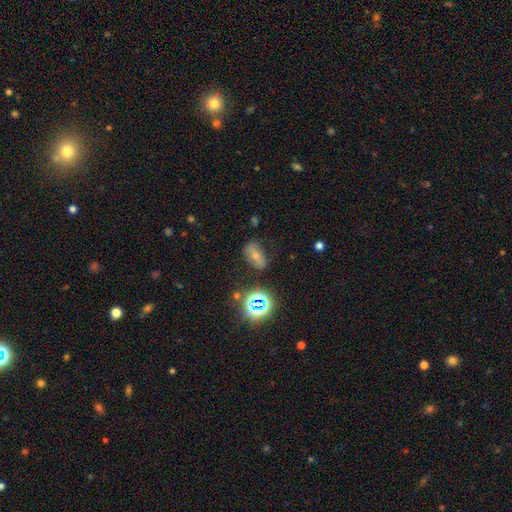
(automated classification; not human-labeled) This is possibly a smooth galaxy (51%). How rounded: clearly in between (82%). Merging: likely none (67%).